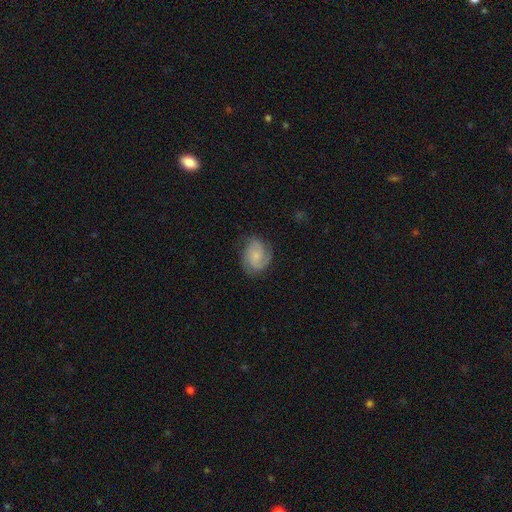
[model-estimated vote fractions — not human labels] This is likely a featured or disk galaxy (66%). It is clearly not viewed edge-on (98%). Bar: likely no (69%). Spiral arm pattern: clearly yes (94%). Spiral arm count: possibly 2 (51%). Spiral winding: possibly tight (48%). Central bulge: possibly small (58%). Merging: likely none (71%).